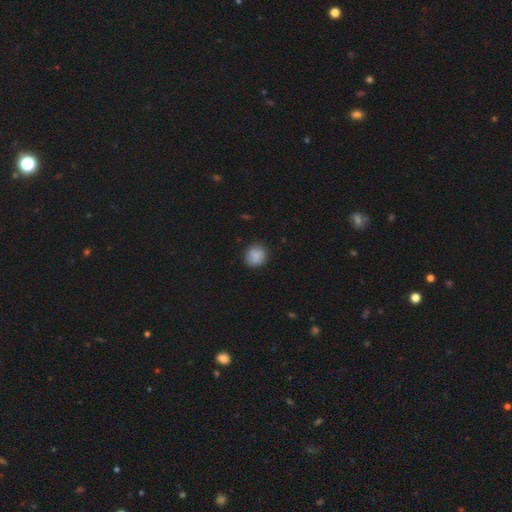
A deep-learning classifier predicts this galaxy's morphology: This appears to be a smooth galaxy with no disk features (85%) that is round (78%). Merging: none (82%).